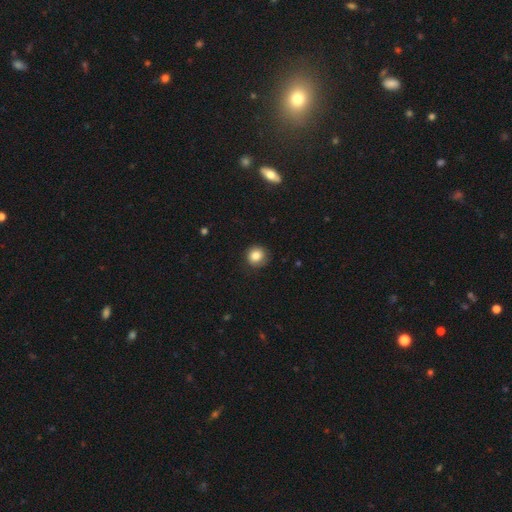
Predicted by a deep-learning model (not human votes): A smooth galaxy with no disk features (84%) that is round (92%). Merging: none (87%).